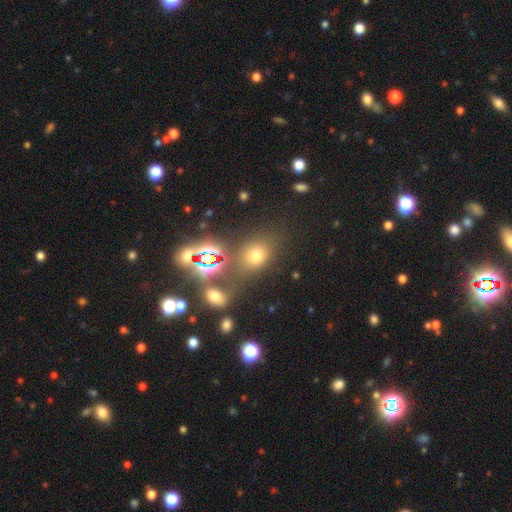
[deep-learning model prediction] A smooth galaxy with no disk features (55%) that is round (53%). Merging: none (72%).